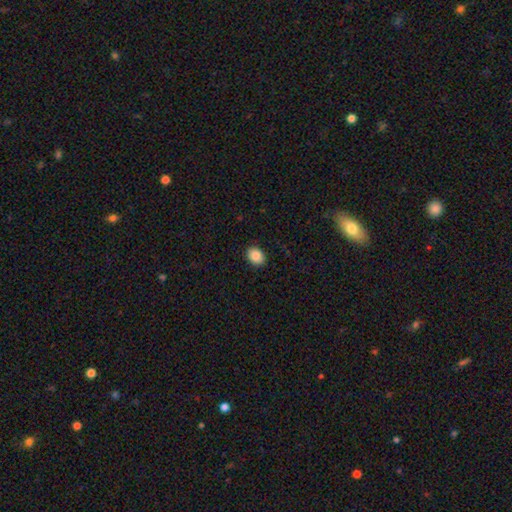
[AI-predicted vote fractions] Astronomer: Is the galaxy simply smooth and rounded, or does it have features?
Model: smooth — 87%.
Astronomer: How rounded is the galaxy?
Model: in between — 62% (runner-up: round, 37%).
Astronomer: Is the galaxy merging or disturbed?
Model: none — 91%.